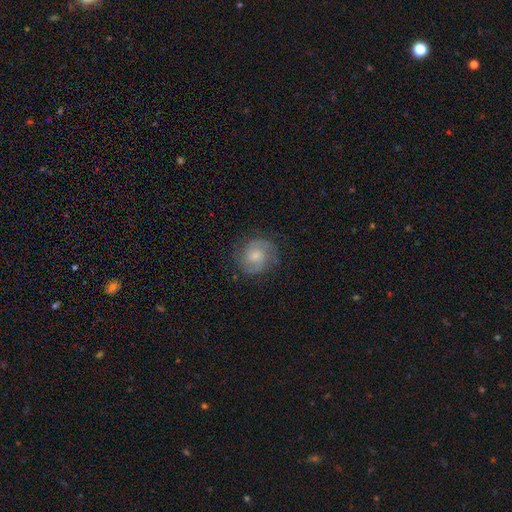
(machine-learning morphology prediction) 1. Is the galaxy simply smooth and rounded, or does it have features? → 76% featured or disk, 18% smooth, 7% star or artifact.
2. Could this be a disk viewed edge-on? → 98% no, 2% yes.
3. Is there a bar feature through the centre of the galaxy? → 53% no, 41% weak, 5% strong.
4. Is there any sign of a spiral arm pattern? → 96% yes, 4% no.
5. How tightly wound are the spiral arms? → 50% medium, 37% tight, 14% loose.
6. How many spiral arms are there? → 87% 2, 6% can't tell, 3% 3, 2% 1, 1% 4, 1% more than 4.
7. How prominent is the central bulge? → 44% small, 37% moderate, 12% none, 5% large, 1% dominant.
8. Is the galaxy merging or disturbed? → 80% none, 14% minor disturbance, 5% major disturbance, 1% merger.